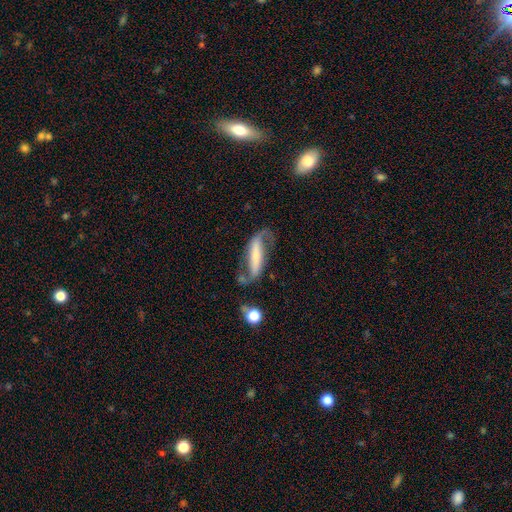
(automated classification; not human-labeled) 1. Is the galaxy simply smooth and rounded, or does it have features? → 73% featured or disk, 20% smooth, 7% star or artifact.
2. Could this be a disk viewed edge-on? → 81% no, 19% yes.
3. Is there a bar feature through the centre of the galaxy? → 64% strong, 18% weak, 17% no.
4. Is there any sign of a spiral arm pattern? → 88% yes, 12% no.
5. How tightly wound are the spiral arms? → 71% loose, 21% medium, 8% tight.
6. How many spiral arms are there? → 85% 2, 9% 1, 4% can't tell, 1% 3, 1% 4, 1% more than 4.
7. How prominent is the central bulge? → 42% small, 24% none, 22% moderate, 9% large, 4% dominant.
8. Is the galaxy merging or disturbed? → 52% none, 21% minor disturbance, 20% major disturbance, 6% merger.